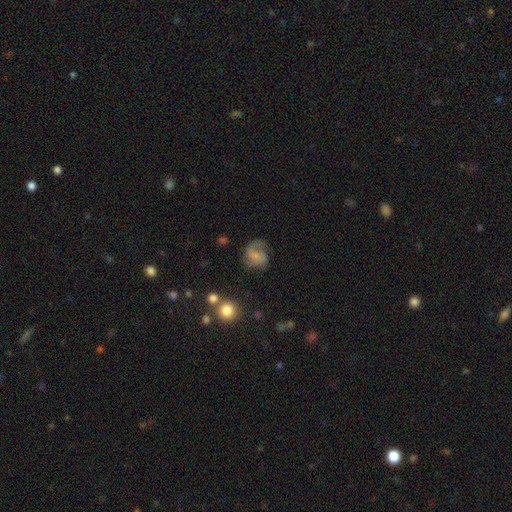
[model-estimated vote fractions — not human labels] A featured or disk galaxy (52%) with a weak bar (47%), spiral arms (85%) and a small central bulge (45%).

Vote fractions:
- Smooth or featured? featured or disk: 52% / smooth: 39% / star or artifact: 9%
- Edge-on disk? no: 98% / yes: 2%
- Bar? weak: 47% / no: 40% / strong: 14%
- Spiral arms? yes: 85% / no: 15%
- Bulge size? small: 45% / none: 29% / moderate: 22% / large: 3% / dominant: 1%
- Merging? none: 55% / minor disturbance: 24% / major disturbance: 18% / merger: 3%